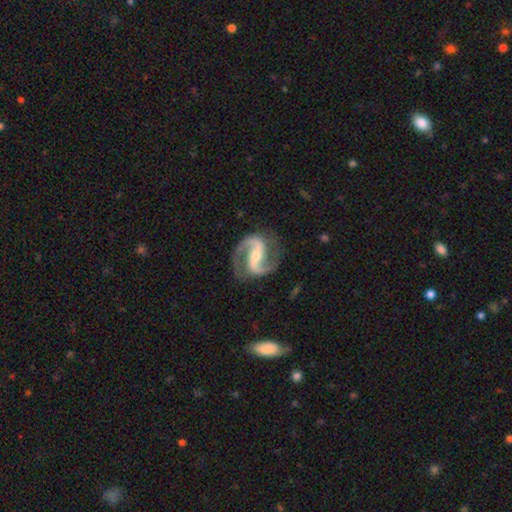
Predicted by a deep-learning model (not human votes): A featured or disk galaxy (93%) with a strong bar (46%), 2 (94%) medium (60%) spiral arms (98%) and a small central bulge (53%). Merging: none (83%).